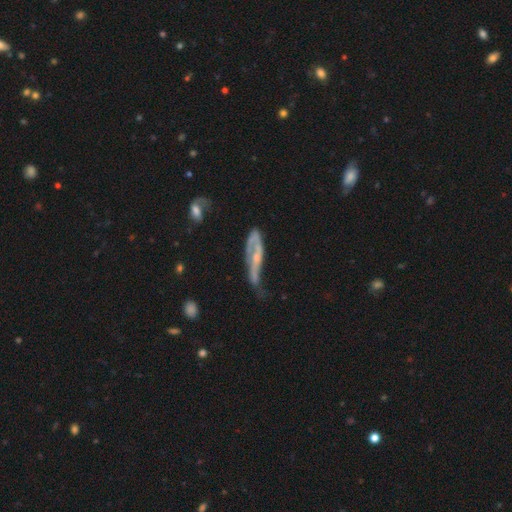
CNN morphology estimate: Smooth or featured?
  - featured or disk: 68% *
  - smooth: 24%
  - star or artifact: 8%
Edge-on disk?
  - no: 68% *
  - yes: 32%
Merging?
  - major disturbance: 37% *
  - none: 29%
  - minor disturbance: 28%
  - merger: 7%